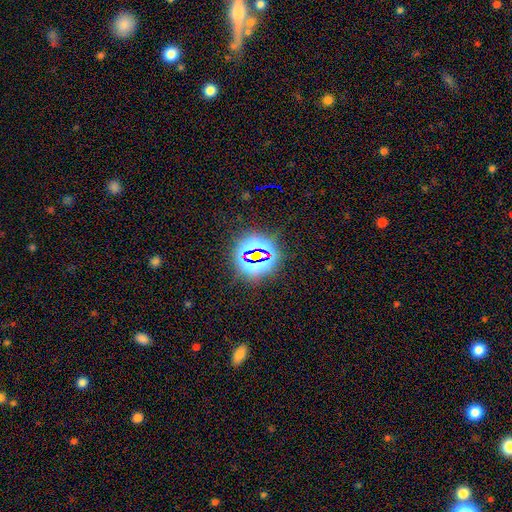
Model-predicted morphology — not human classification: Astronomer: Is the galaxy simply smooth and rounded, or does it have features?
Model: star or artifact — 75%.